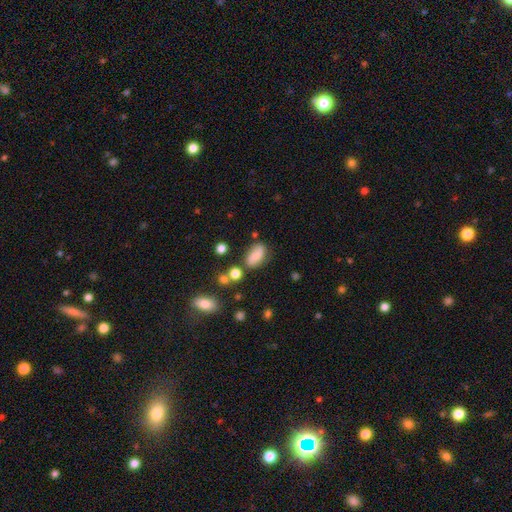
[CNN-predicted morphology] This appears to be a smooth galaxy with no disk features (68%) that is in between round and cigar-shaped (86%). Merging: none (63%).